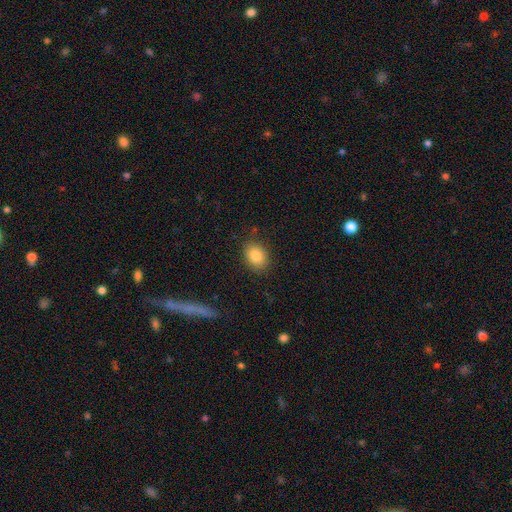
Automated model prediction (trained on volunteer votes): Smooth or featured?
  - smooth: 84% *
  - star or artifact: 9%
  - featured or disk: 8%
How rounded?
  - in between: 64% *
  - round: 35%
  - cigar-shaped: 1%
Merging?
  - none: 85% *
  - minor disturbance: 11%
  - major disturbance: 3%
  - merger: 1%